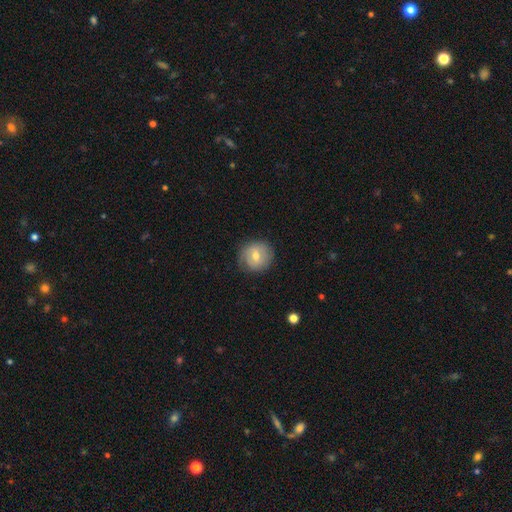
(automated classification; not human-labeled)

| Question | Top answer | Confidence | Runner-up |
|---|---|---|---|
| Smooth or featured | smooth | 48% | featured or disk (43%) |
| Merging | none | 81% | minor disturbance (14%) |